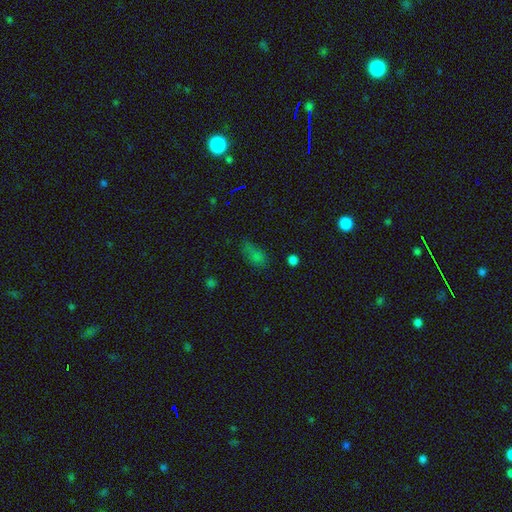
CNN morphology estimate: Smooth or featured: smooth — 65% (star or artifact — 26%)
How rounded: in between — 81% (cigar-shaped — 11%)
Merging: none — 54% (minor disturbance — 28%)